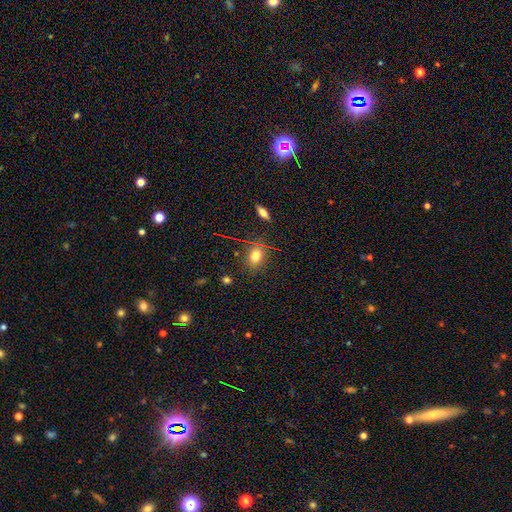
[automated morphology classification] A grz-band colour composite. It shows a smooth galaxy with no disk features (75%) that is in between round and cigar-shaped (55%). Merging: none (80%).